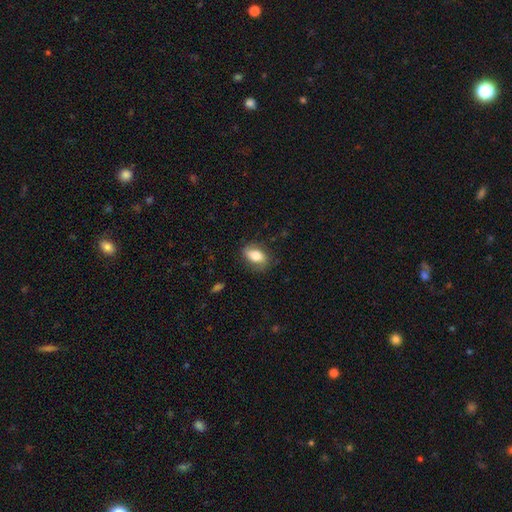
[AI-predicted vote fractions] The model was most divided on "smooth or featured": smooth: 64%, featured or disk: 29%, star or artifact: 7%. More confident: how rounded — in between (85%); merging — none (75%).